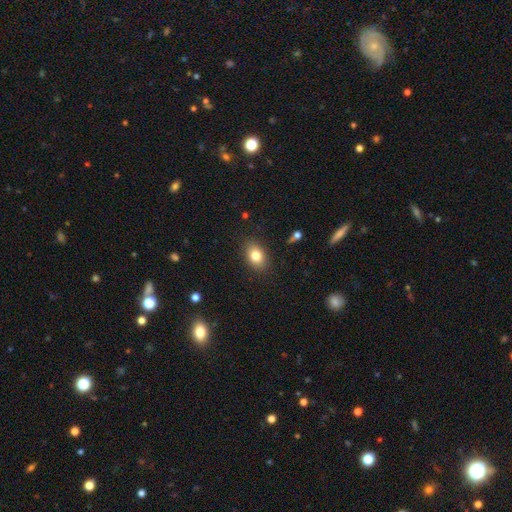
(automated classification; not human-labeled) smooth-or-featured: smooth: 81% | featured or disk: 10% | star or artifact: 9%
  how-rounded: in between: 80% | round: 19% | cigar-shaped: 1%
  merging: none: 87% | minor disturbance: 9% | major disturbance: 2% | merger: 1%